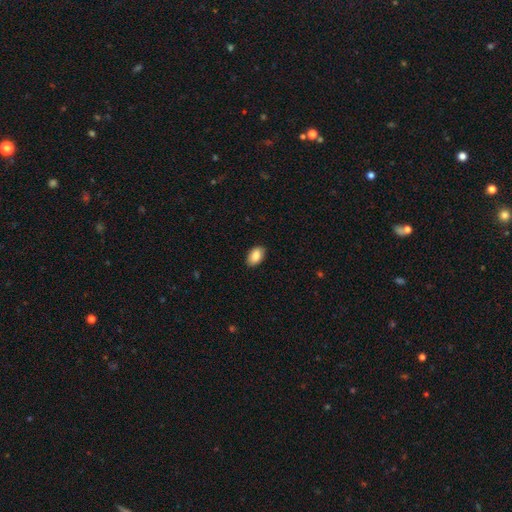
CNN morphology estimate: This is clearly a smooth galaxy (88%). How rounded: clearly in between (92%). Merging: clearly none (88%).